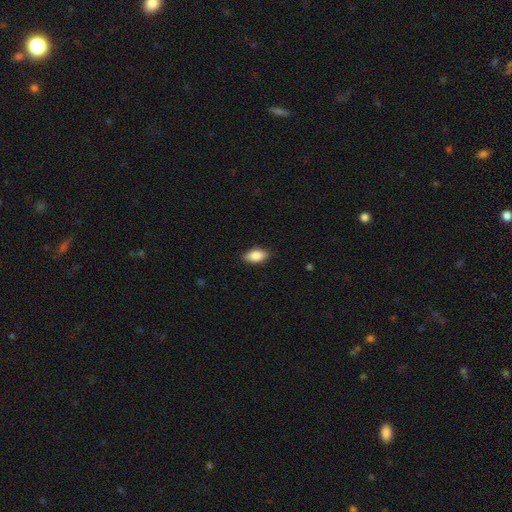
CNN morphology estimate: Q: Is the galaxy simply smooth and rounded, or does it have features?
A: smooth — 86%.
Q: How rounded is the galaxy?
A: in between — 90%.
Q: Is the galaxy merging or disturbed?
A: none — 87%.